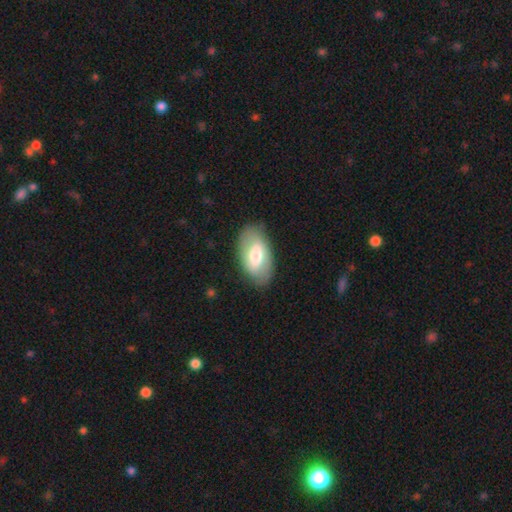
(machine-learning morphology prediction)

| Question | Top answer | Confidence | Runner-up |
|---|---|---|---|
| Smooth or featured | smooth | 56% | featured or disk (38%) |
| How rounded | in between | 93% | round (4%) |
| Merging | none | 82% | minor disturbance (13%) |